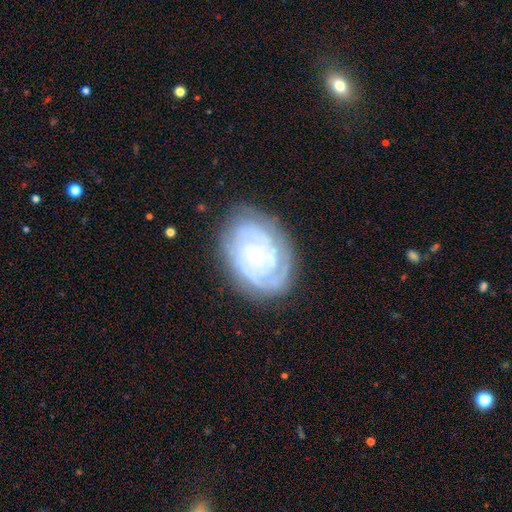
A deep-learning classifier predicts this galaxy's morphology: Q: Smooth or featured?
A: featured or disk (84%); runner-up: smooth (10%)
Q: Edge-on disk?
A: no (97%); runner-up: yes (3%)
Q: Bar?
A: no (74%); runner-up: weak (21%)
Q: Spiral arms?
A: yes (95%); runner-up: no (5%)
Q: Spiral winding?
A: tight (76%); runner-up: medium (20%)
Q: Spiral arm count?
A: can't tell (32%); runner-up: 3 (23%)
Q: Bulge size?
A: small (80%); runner-up: moderate (15%)
Q: Merging?
A: none (76%); runner-up: minor disturbance (17%)